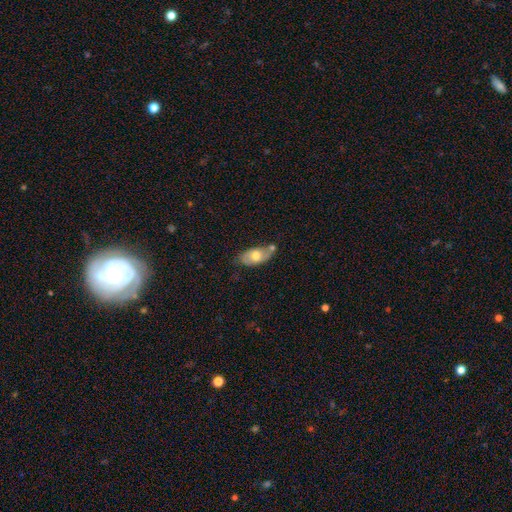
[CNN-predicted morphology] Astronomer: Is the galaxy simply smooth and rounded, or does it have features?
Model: smooth — 60%.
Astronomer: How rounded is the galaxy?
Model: in between — 89%.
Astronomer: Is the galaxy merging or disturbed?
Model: none — 50%.